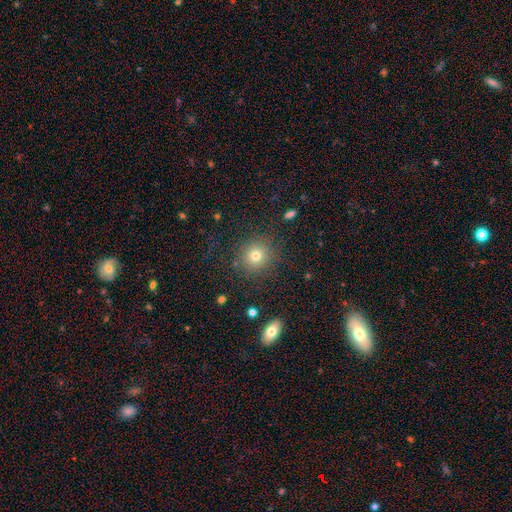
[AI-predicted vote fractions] smooth 75%, star or artifact 16%, featured or disk 9%. Down the decision tree: how rounded — round (90%); merging — none (87%).